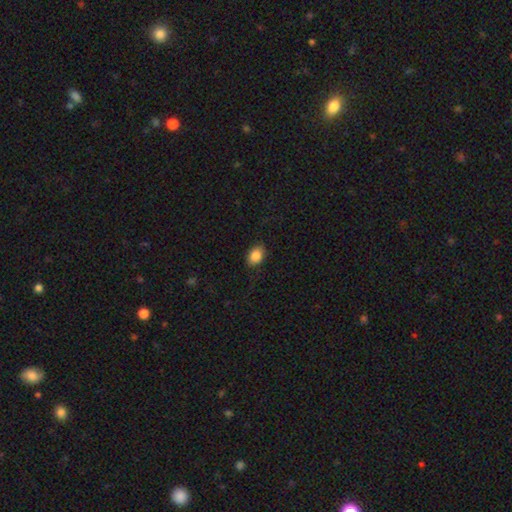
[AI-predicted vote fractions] smooth_or_featured: smooth (p=0.86) [alt: star or artifact p=0.08]
how_rounded: in between (p=0.75) [alt: round p=0.24]
merging: none (p=0.86) [alt: minor disturbance p=0.10]